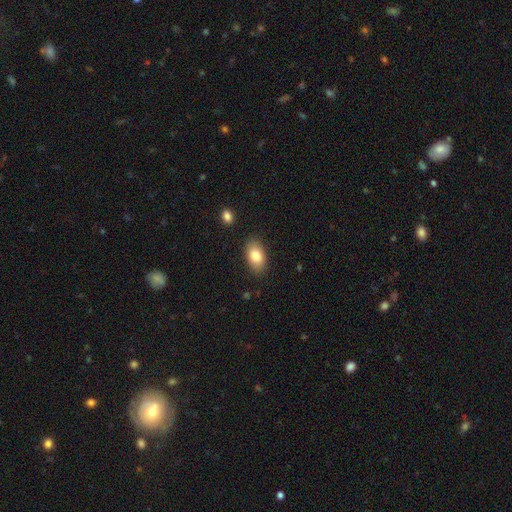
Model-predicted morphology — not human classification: Smooth or featured: smooth — 82% (featured or disk — 11%)
How rounded: in between — 91% (round — 7%)
Merging: none — 86% (minor disturbance — 10%)